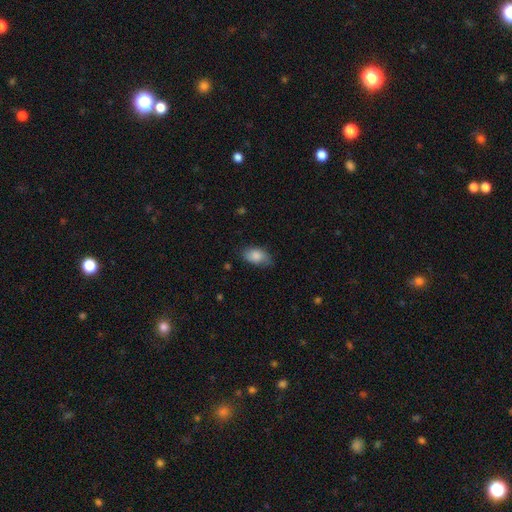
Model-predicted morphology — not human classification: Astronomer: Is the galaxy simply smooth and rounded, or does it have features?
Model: smooth — 84%.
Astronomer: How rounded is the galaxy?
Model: in between — 90%.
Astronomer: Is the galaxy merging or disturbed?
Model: none — 70%.